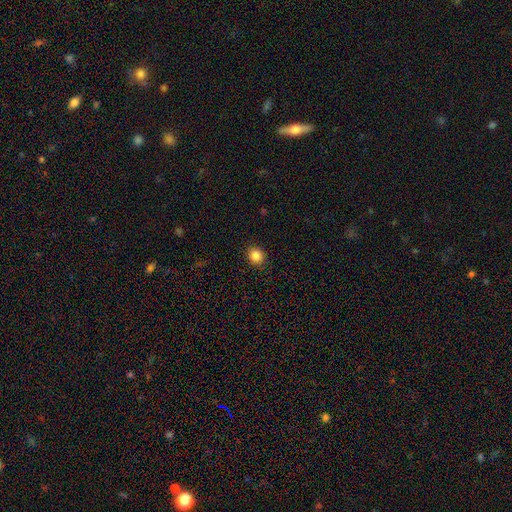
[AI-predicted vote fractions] Smooth or featured?
  - smooth: 86% *
  - star or artifact: 11%
  - featured or disk: 4%
How rounded?
  - round: 78% *
  - in between: 21%
  - cigar-shaped: 1%
Merging?
  - none: 90% *
  - minor disturbance: 7%
  - major disturbance: 2%
  - merger: 1%